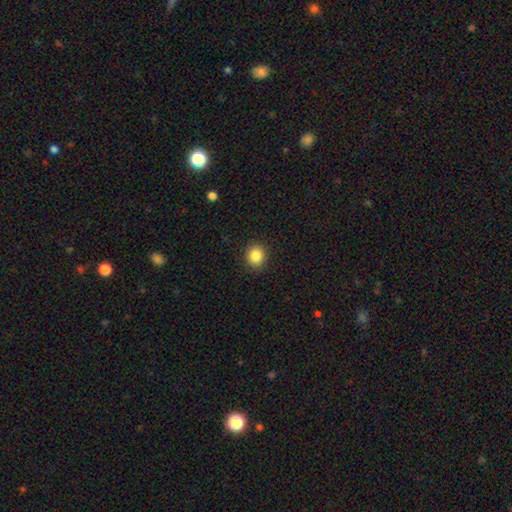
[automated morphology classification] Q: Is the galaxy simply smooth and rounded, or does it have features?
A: smooth — 86%.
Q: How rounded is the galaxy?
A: round — 81%.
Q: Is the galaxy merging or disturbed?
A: none — 91%.